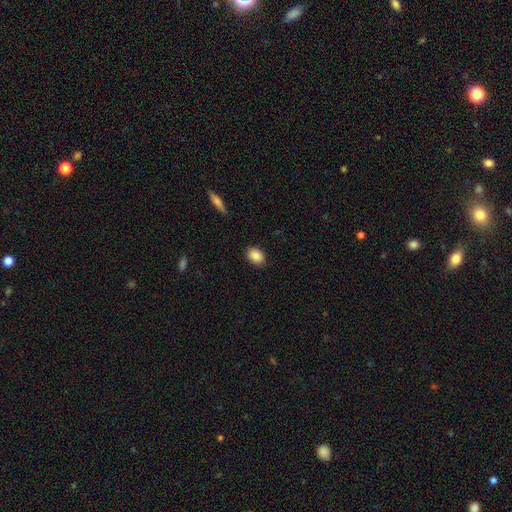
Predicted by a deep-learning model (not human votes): smooth-or-featured: smooth: 88% | star or artifact: 8% | featured or disk: 4%
  how-rounded: in between: 70% | round: 29% | cigar-shaped: 1%
  merging: none: 88% | minor disturbance: 8% | major disturbance: 2% | merger: 1%